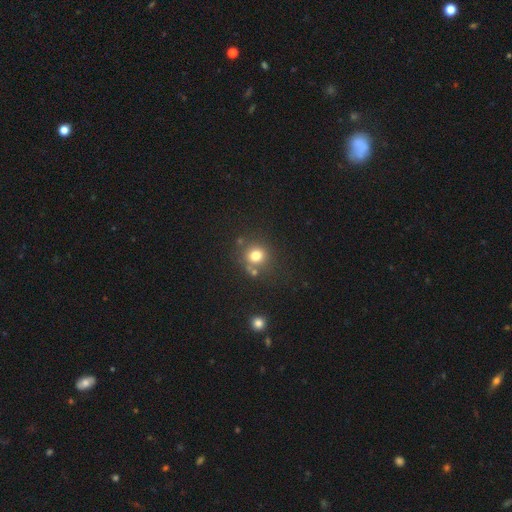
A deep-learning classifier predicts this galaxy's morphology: smooth 77%, star or artifact 15%, featured or disk 8%. Down the decision tree: how rounded — round (87%); merging — none (71%).